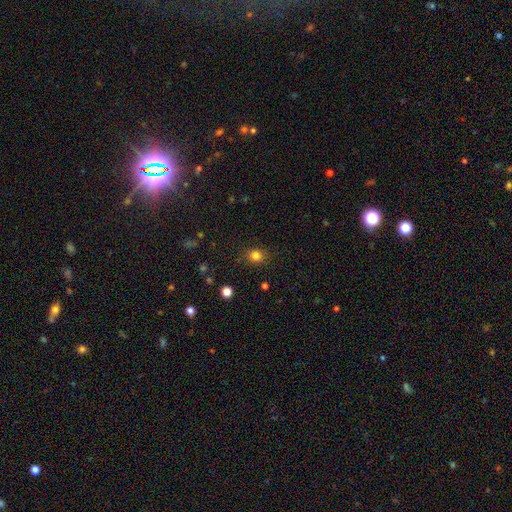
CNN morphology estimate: This is clearly a smooth galaxy (81%). How rounded: likely round (79%). Merging: clearly none (85%).